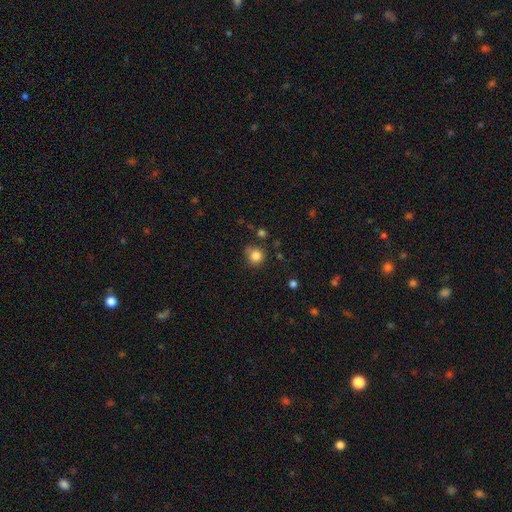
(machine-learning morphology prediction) type=smooth (84%); roundness=round (88%); merging=none (70%).